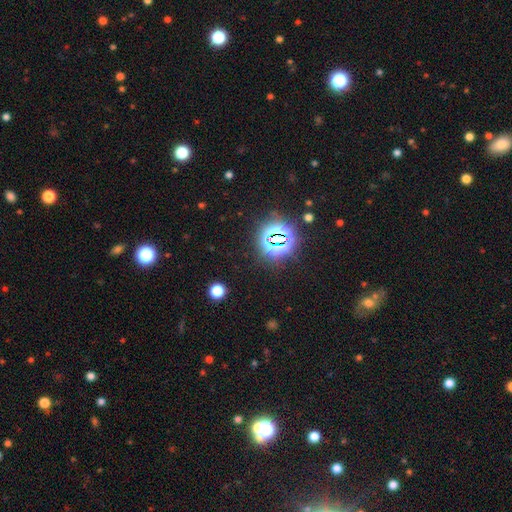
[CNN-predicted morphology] Smooth or featured? Predicted: star or artifact (p=0.82).